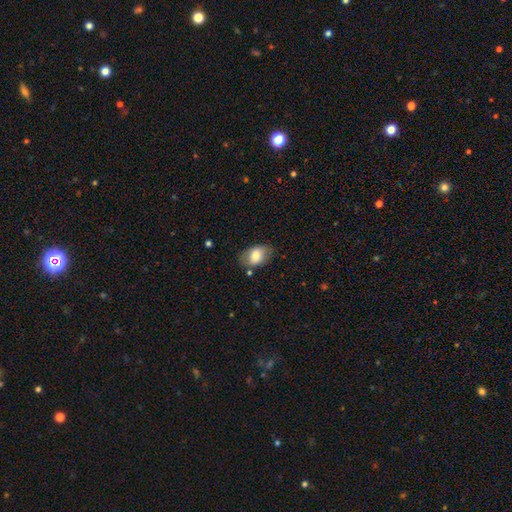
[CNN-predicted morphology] smooth 73%, featured or disk 20%, star or artifact 7%. Down the decision tree: how rounded — in between (85%); merging — none (76%).